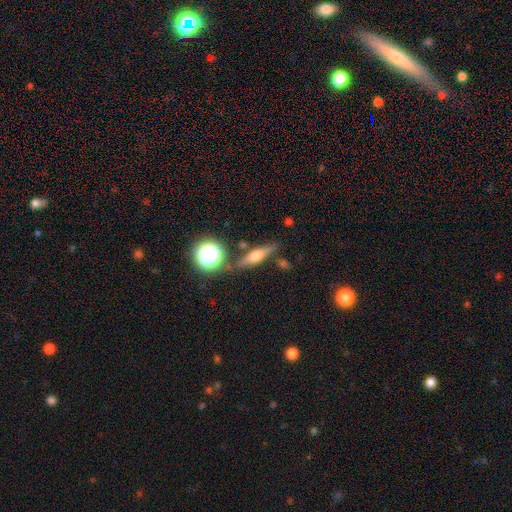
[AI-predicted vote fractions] A featured or disk galaxy (50%). Merging: none (79%).